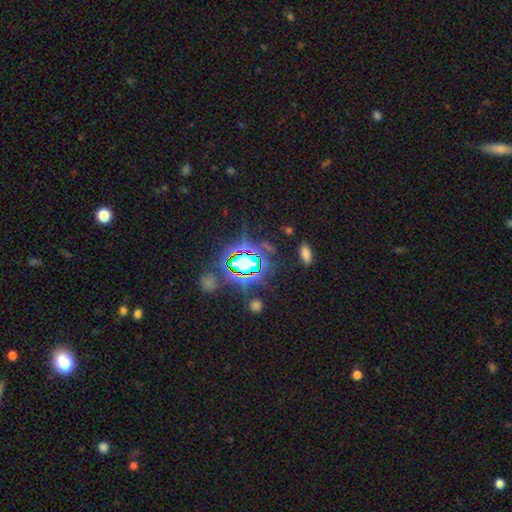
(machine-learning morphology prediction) A star or artifact, not a galaxy (80%).

Vote fractions:
- Smooth or featured? star or artifact: 80% / smooth: 12% / featured or disk: 8%